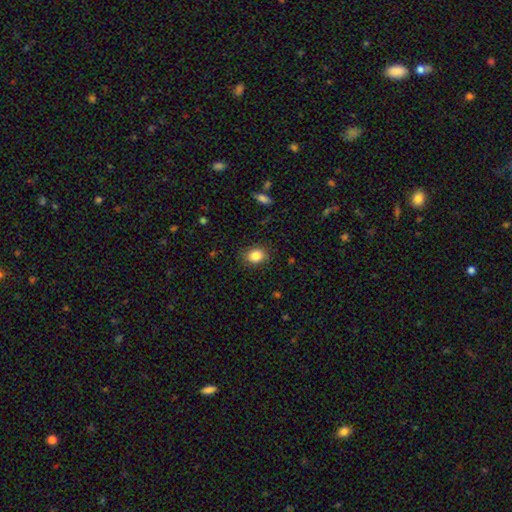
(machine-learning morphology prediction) A smooth galaxy with no disk features (85%) that is in between round and cigar-shaped (51%). Merging: none (84%).